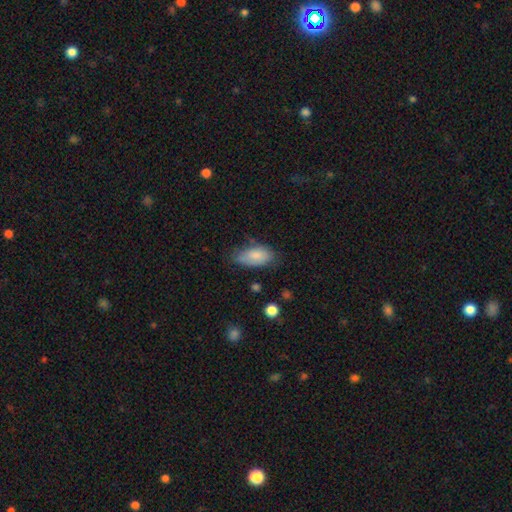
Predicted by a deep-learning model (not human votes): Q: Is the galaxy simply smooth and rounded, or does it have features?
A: smooth — 83%.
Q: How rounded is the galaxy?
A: in between — 92%.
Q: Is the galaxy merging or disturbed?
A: none — 59%.